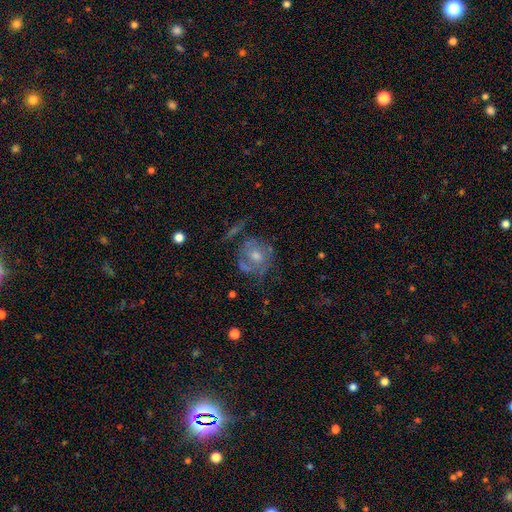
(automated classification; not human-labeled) Smooth or featured: featured or disk — 67% (smooth — 22%)
Edge-on disk: no — 97% (yes — 3%)
Bar: no — 78% (weak — 18%)
Spiral arms: yes — 72% (no — 28%)
Bulge size: moderate — 65% (small — 24%)
Merging: none — 59% (minor disturbance — 20%)